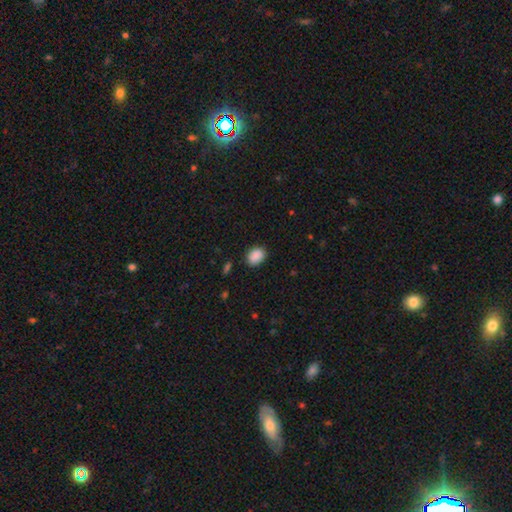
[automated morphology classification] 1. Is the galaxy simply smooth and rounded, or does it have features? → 89% smooth, 8% star or artifact, 3% featured or disk.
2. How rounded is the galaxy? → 69% in between, 30% round, 1% cigar-shaped.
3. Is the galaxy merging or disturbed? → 84% none, 12% minor disturbance, 3% major disturbance, 1% merger.